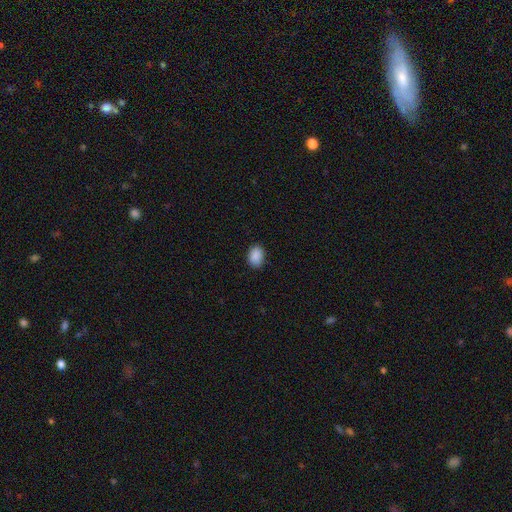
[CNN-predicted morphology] Overall: smooth (90%). How rounded: in between (79%). Merging: none (85%).